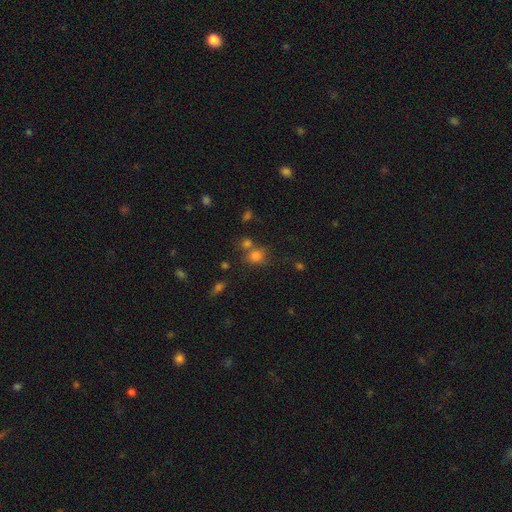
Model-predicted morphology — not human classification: Smooth or featured? smooth (77%)
How rounded? round (73%)
Merging? none (57%)